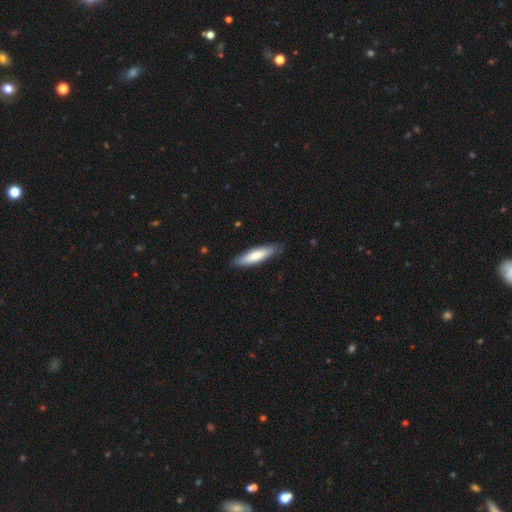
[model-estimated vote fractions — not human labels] smooth 73%, featured or disk 22%, star or artifact 5%. Down the decision tree: how rounded — cigar-shaped (71%); merging — none (85%).